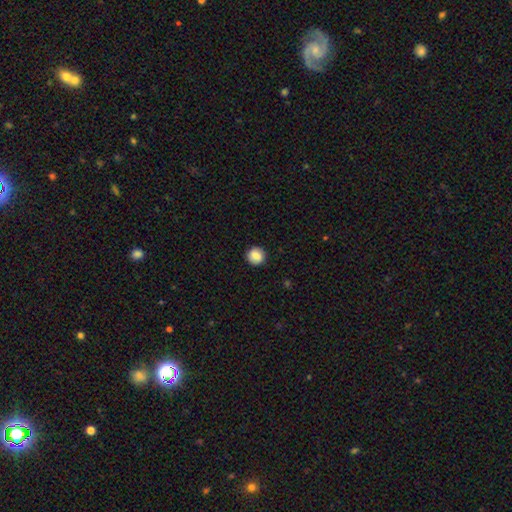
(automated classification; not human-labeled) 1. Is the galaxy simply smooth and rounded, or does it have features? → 84% smooth, 8% star or artifact, 8% featured or disk.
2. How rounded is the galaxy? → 91% round, 8% in between, 1% cigar-shaped.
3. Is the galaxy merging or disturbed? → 91% none, 6% minor disturbance, 2% major disturbance, 1% merger.